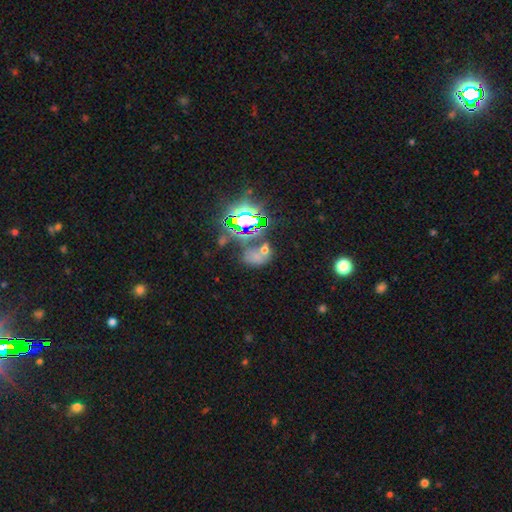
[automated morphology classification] smooth-or-featured: star or artifact: 45% | smooth: 41% | featured or disk: 14%